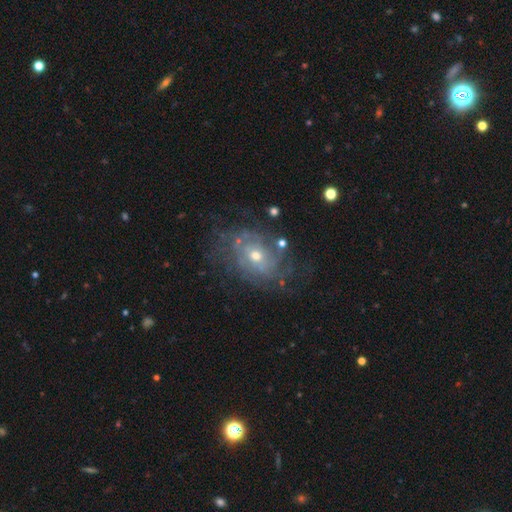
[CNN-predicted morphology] smooth_or_featured: featured or disk (p=0.75) [alt: smooth p=0.14]
disk_edge_on: no (p=0.96) [alt: yes p=0.04]
bar: no (p=0.77) [alt: weak p=0.19]
has_spiral_arms: yes (p=0.77) [alt: no p=0.23]
spiral_winding: tight (p=0.62) [alt: medium p=0.26]
spiral_arm_count: can't tell (p=0.56) [alt: 2 p=0.17]
bulge_size: moderate (p=0.52) [alt: small p=0.44]
merging: none (p=0.65) [alt: minor disturbance p=0.19]